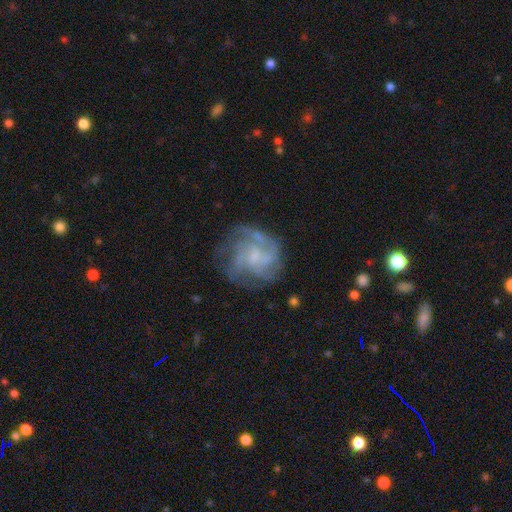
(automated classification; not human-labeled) Smooth or featured? featured or disk (77%)
Edge-on disk? no (98%)
Bar? no (63%)
Spiral arms? yes (89%)
Spiral winding? medium (45%)
Spiral arm count? 4 (30%)
Bulge size? small (43%)
Merging? none (65%)